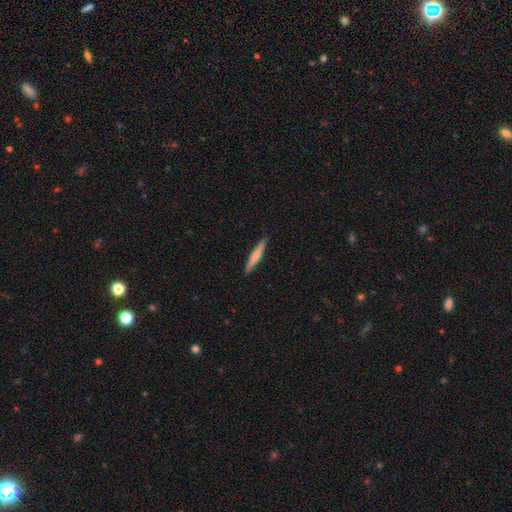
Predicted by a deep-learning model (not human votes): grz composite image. It shows a smooth galaxy with no disk features (61%) that is cigar-shaped (94%). Merging: none (91%).